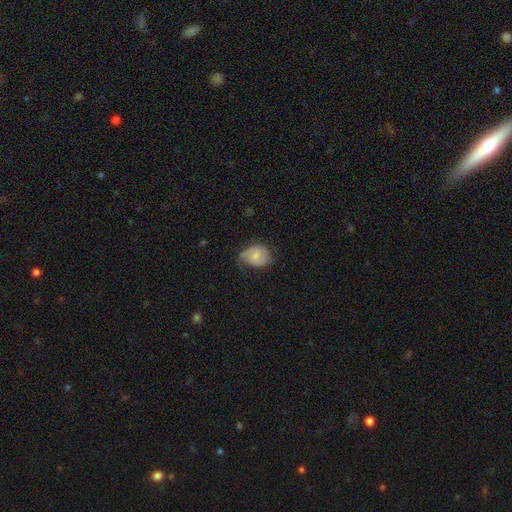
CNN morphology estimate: This appears to be a featured or disk galaxy (51%). Merging: none (46%).